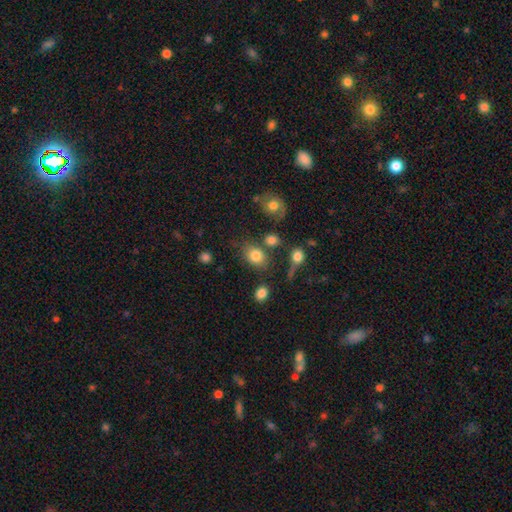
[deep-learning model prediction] A smooth galaxy with no disk features (80%) that is in between round and cigar-shaped (60%). Merging: none (68%).